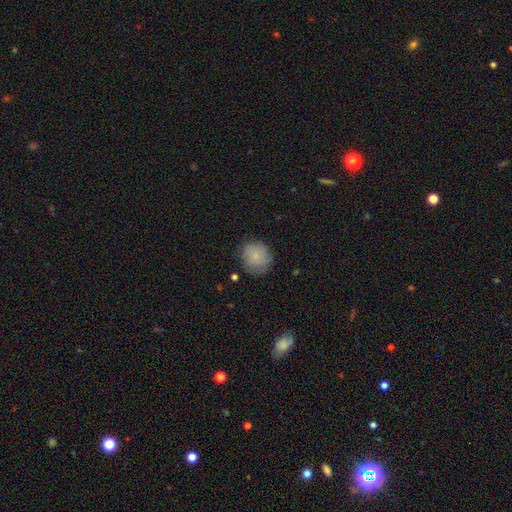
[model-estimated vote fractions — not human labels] Overall: smooth (81%). How rounded: round (84%). Merging: none (74%).